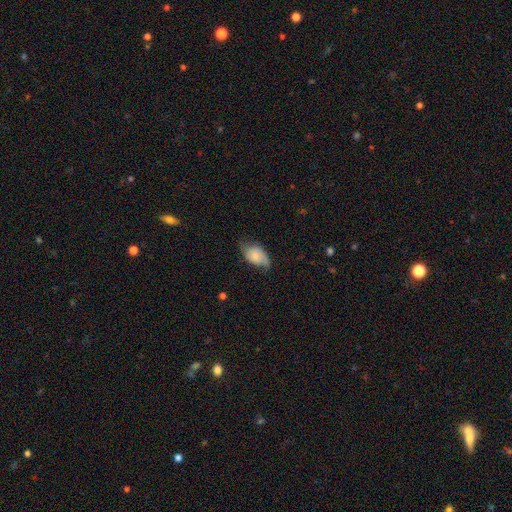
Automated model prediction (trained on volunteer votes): A smooth galaxy with no disk features (49%).

Vote fractions:
- Smooth or featured? smooth: 49% / featured or disk: 43% / star or artifact: 8%
- Merging? none: 52% / minor disturbance: 32% / major disturbance: 14% / merger: 1%